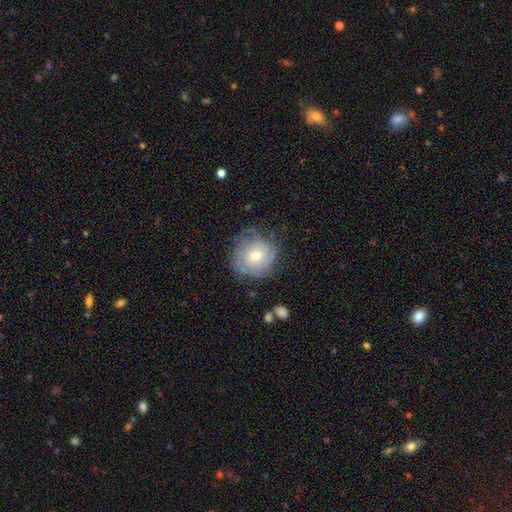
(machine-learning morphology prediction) Overall: featured or disk (65%; smooth 27%). Edge-on disk: no (97%). Bar: no (74%). Spiral arms: yes (83%). Spiral arm count: can't tell (52%; 3 15%). Spiral winding: tight (70%). Bulge size: moderate (66%; small 28%). Merging: none (69%).